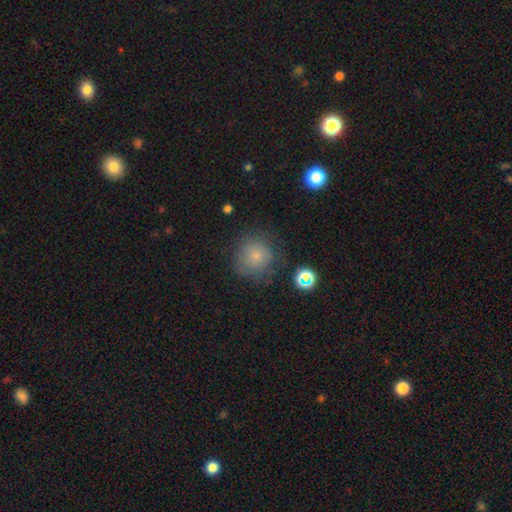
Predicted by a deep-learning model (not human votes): This is likely a smooth galaxy (74%). How rounded: clearly round (91%). Merging: likely none (70%).